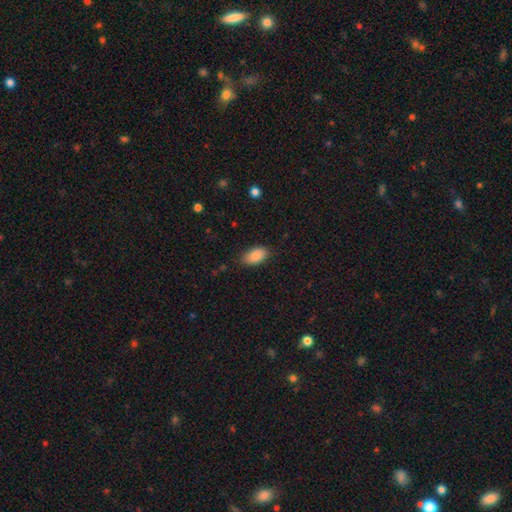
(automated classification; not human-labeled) Morphology: type=smooth (88%); roundness=in between (93%); merging=none (82%).